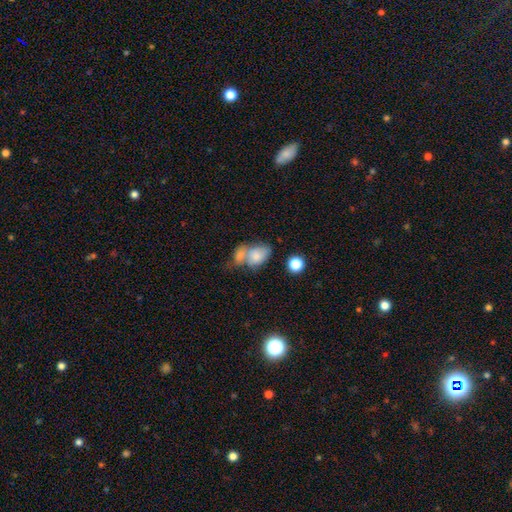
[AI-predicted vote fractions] This appears to be a smooth galaxy with no disk features (76%) that is in between round and cigar-shaped (80%). Merging: merger (59%).